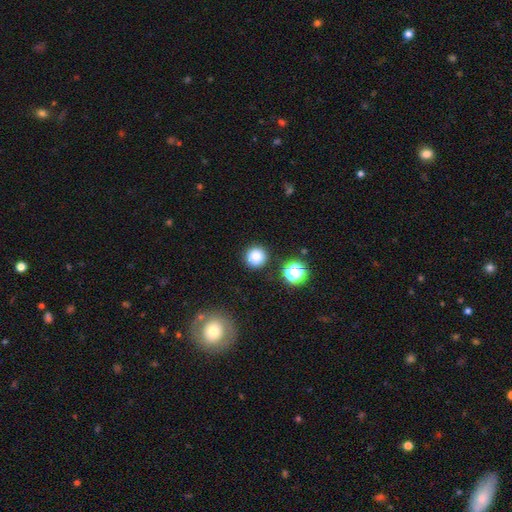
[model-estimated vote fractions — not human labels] This appears to be a smooth galaxy with no disk features (83%) that is round (94%). Merging: none (88%).